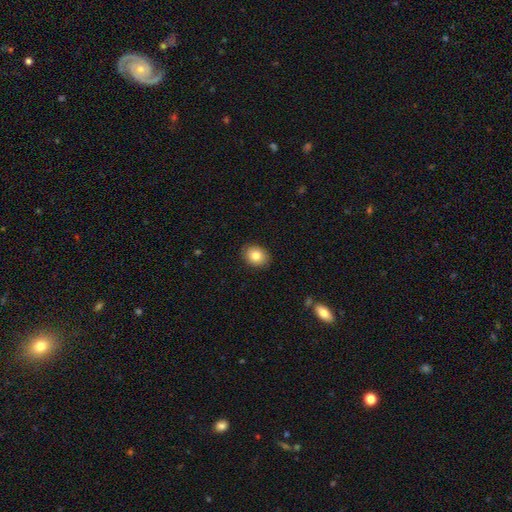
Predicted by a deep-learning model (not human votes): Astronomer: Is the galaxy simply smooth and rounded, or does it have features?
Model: smooth — 83%.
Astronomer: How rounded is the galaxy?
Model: in between — 55% (runner-up: round, 44%).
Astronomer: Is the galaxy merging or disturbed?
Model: none — 88%.